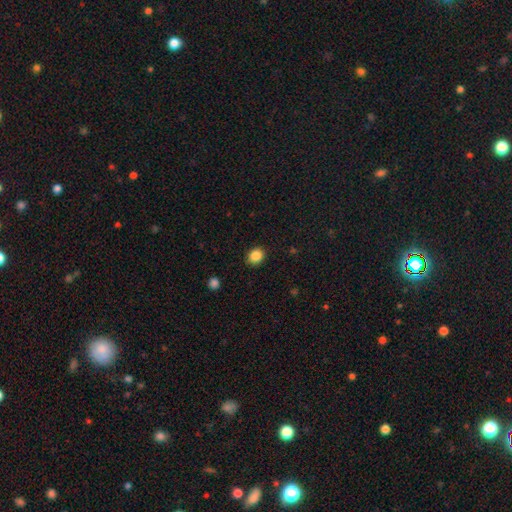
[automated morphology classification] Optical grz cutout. It shows a smooth galaxy with no disk features (87%) that is round (67%). Merging: none (90%).